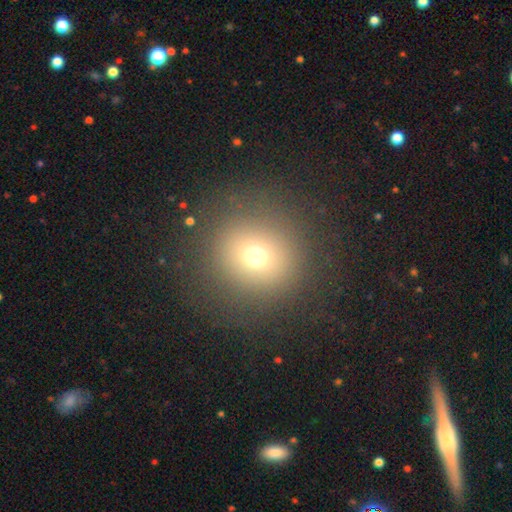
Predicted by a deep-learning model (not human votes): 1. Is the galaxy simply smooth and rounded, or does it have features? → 68% smooth, 21% star or artifact, 11% featured or disk.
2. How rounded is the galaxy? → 93% round, 6% in between, 1% cigar-shaped.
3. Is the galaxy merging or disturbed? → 87% none, 7% minor disturbance, 5% major disturbance, 1% merger.